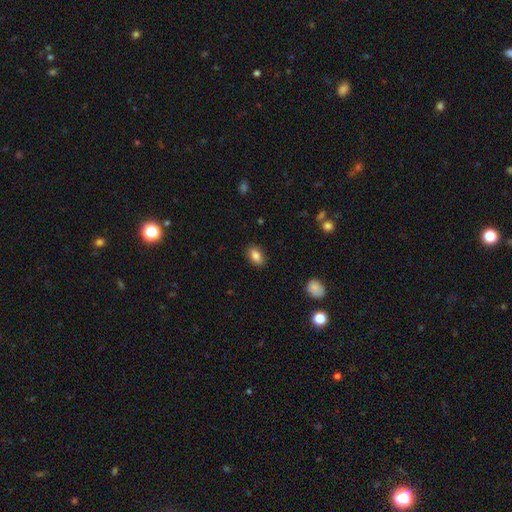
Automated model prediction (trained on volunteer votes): A smooth galaxy with no disk features (85%) that is in between round and cigar-shaped (88%). Merging: none (86%).